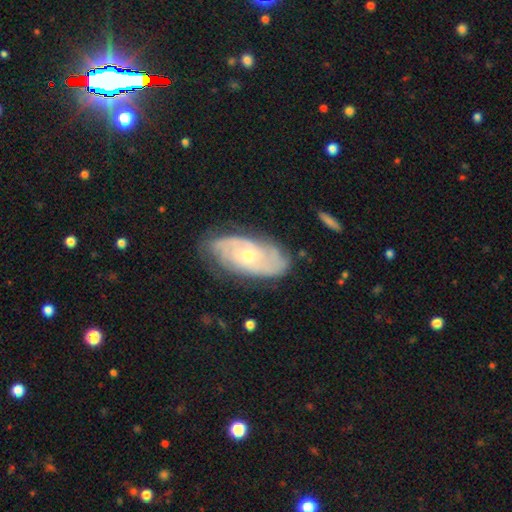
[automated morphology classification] Overall: featured or disk (76%). Edge-on disk: no (93%). Bar: no (72%). Spiral arms: yes (93%). Spiral arm count: 2 (42%; can't tell 29%). Spiral winding: tight (67%). Bulge size: small (62%; moderate 34%). Merging: none (82%).